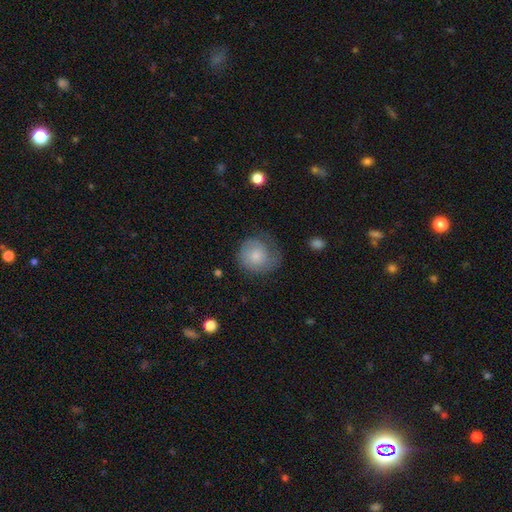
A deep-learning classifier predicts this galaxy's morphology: A smooth galaxy with no disk features (62%) that is round (87%). Merging: none (57%).